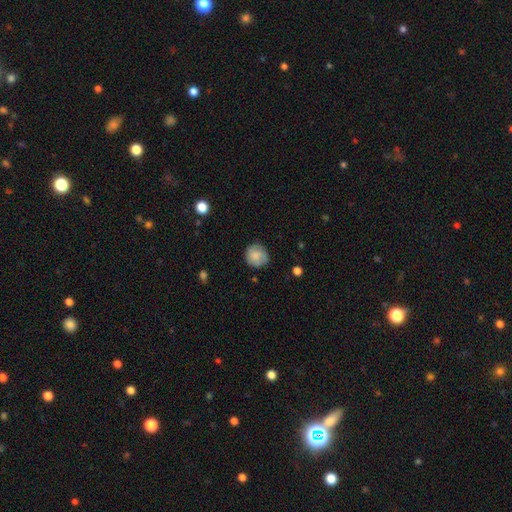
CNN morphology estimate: Smooth or featured? smooth (80%)
How rounded? round (89%)
Merging? none (77%)